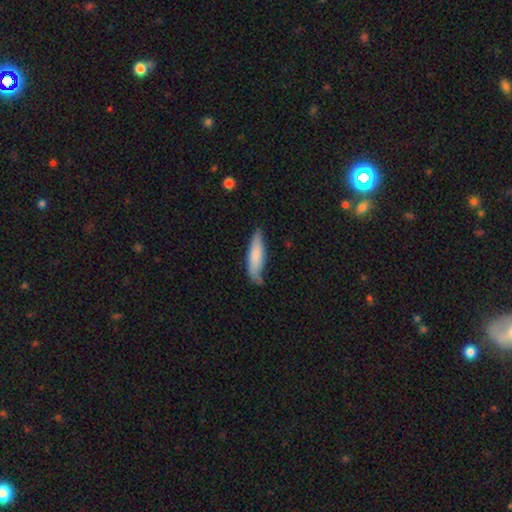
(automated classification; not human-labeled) smooth-or-featured: smooth: 78% | featured or disk: 17% | star or artifact: 5%
  how-rounded: cigar-shaped: 65% | in between: 33% | round: 1%
  merging: none: 62% | minor disturbance: 29% | major disturbance: 6% | merger: 3%